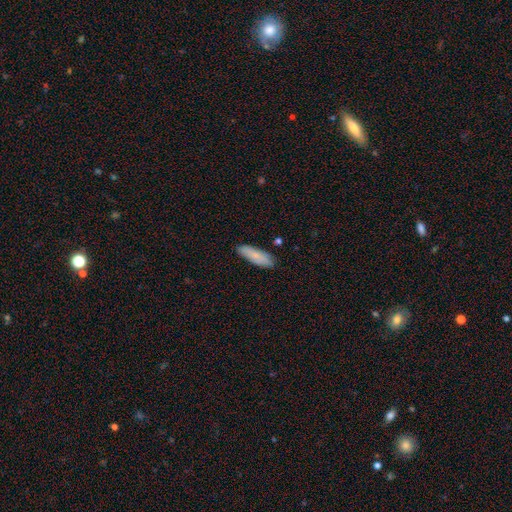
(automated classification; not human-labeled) This is likely a smooth galaxy (79%). How rounded: possibly in between (54%). Merging: clearly none (82%).